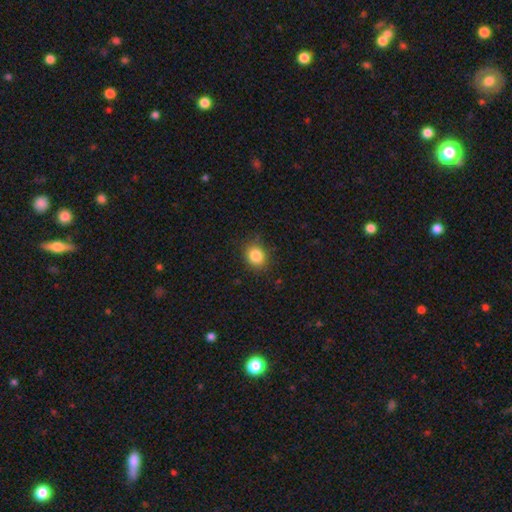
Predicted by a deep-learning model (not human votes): Smooth or featured? smooth (85%)
How rounded? round (68%)
Merging? none (83%)